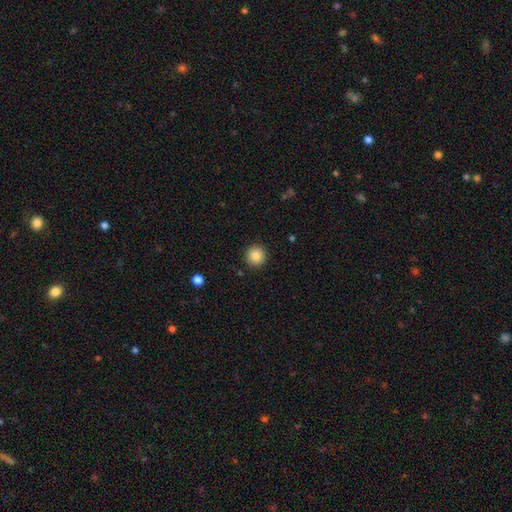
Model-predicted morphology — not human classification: smooth-or-featured: smooth: 86% | star or artifact: 9% | featured or disk: 5%
  how-rounded: round: 94% | in between: 5% | cigar-shaped: 1%
  merging: none: 91% | minor disturbance: 6% | major disturbance: 2% | merger: 1%